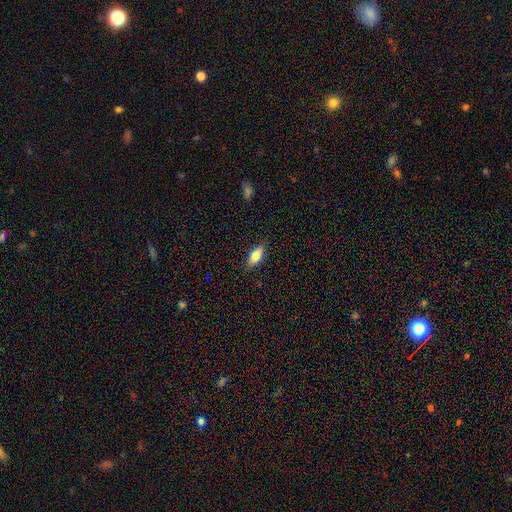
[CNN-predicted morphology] A smooth galaxy with no disk features (80%) that is in between round and cigar-shaped (76%).

Vote fractions:
- Smooth or featured? smooth: 80% / featured or disk: 13% / star or artifact: 7%
- How rounded? in between: 76% / cigar-shaped: 21% / round: 2%
- Merging? none: 86% / minor disturbance: 10% / major disturbance: 2% / merger: 1%